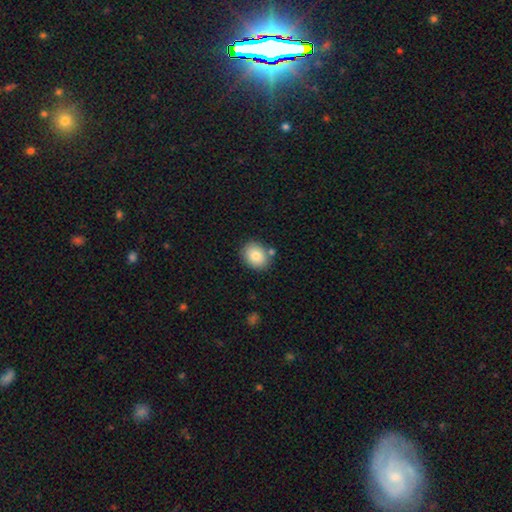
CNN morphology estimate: Smooth or featured: smooth — 82% (featured or disk — 9%)
How rounded: round — 52% (in between — 47%)
Merging: none — 78% (minor disturbance — 11%)